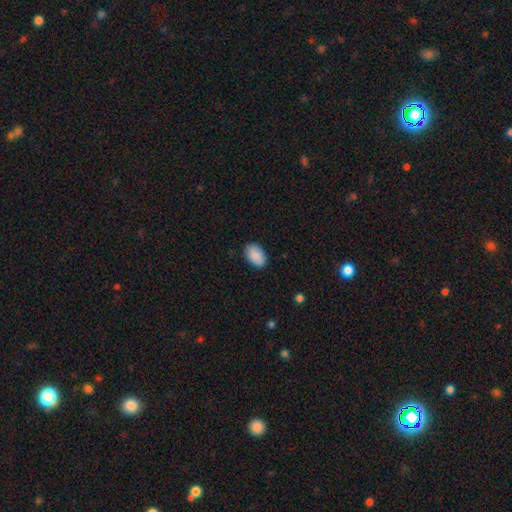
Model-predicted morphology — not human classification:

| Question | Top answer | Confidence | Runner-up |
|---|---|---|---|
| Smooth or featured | smooth | 90% | star or artifact (6%) |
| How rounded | in between | 91% | round (8%) |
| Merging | none | 87% | minor disturbance (10%) |